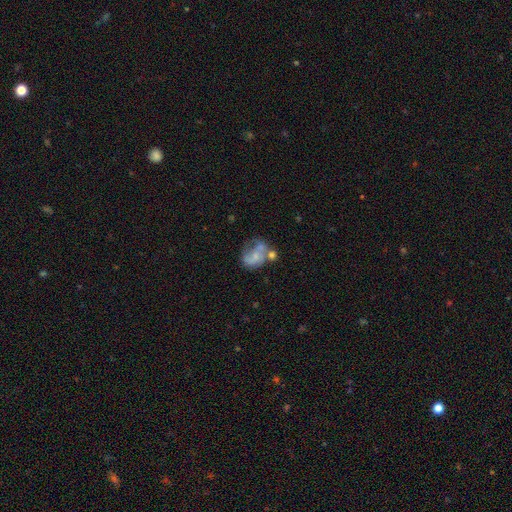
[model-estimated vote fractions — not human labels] This is possibly a featured or disk galaxy (50%). It is clearly not viewed edge-on (98%). Merging: marginally merger (28%).